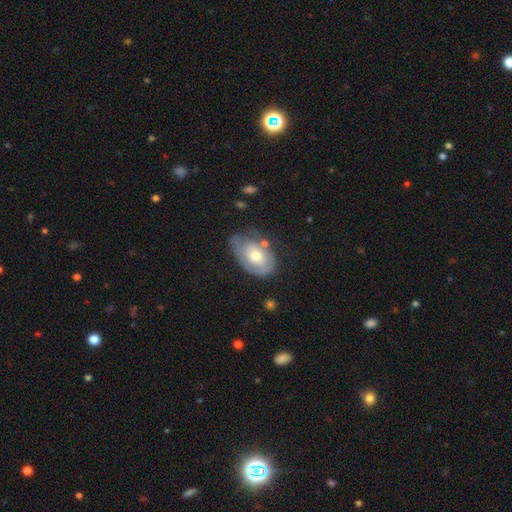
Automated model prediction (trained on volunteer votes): This appears to be a smooth galaxy with no disk features (48%). Merging: none (45%).